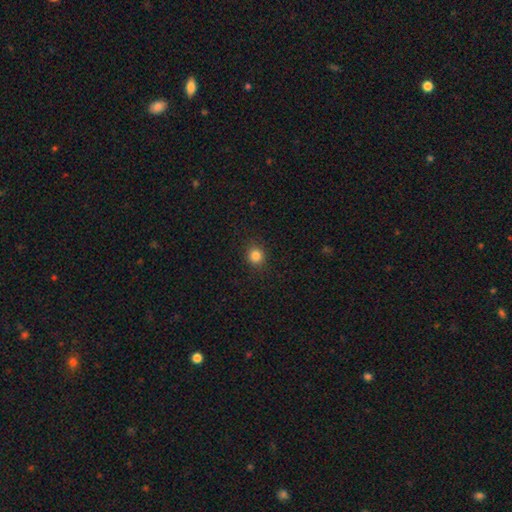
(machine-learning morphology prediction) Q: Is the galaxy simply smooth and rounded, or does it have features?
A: smooth — 84%.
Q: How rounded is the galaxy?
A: round — 87%.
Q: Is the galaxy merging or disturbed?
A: none — 90%.